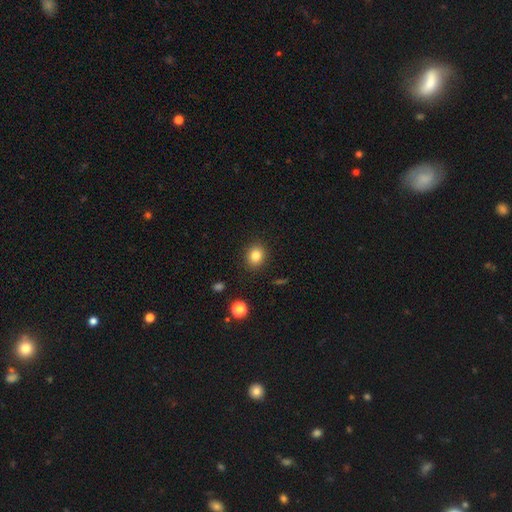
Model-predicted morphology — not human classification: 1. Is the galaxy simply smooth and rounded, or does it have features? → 82% smooth, 11% star or artifact, 7% featured or disk.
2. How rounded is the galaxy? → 69% round, 30% in between, 1% cigar-shaped.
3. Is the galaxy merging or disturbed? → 89% none, 7% minor disturbance, 2% major disturbance, 1% merger.